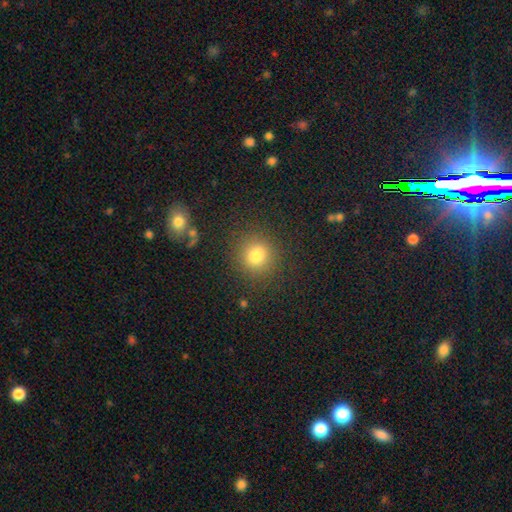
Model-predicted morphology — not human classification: Smooth or featured? smooth (80%)
How rounded? round (88%)
Merging? none (88%)